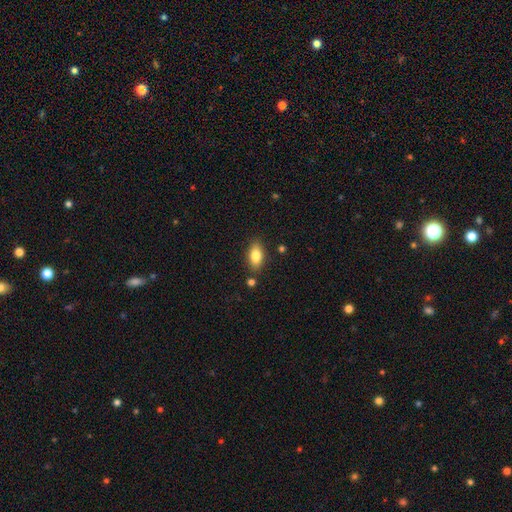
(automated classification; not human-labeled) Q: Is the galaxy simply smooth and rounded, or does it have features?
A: smooth — 80%.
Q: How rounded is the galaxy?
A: in between — 88%.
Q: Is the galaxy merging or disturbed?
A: none — 83%.